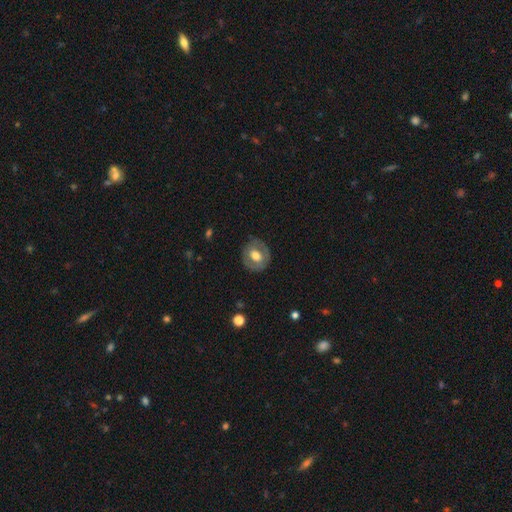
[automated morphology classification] A smooth galaxy with no disk features (50%) that is round (71%). Merging: none (81%).